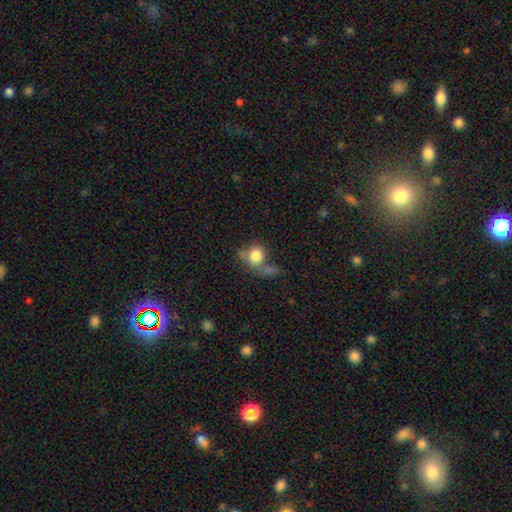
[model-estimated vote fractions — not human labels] This is likely a smooth galaxy (78%). How rounded: likely round (76%). Merging: marginally none (37%).